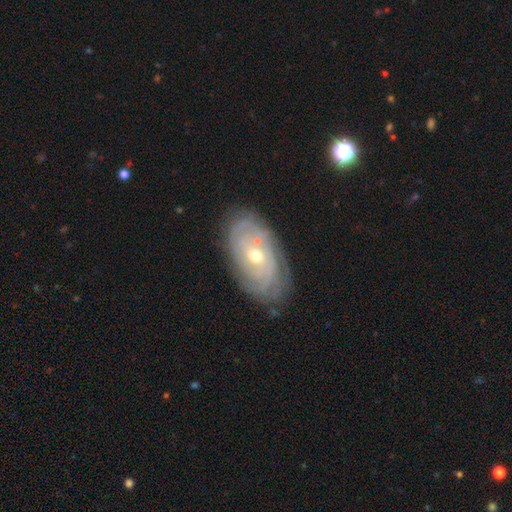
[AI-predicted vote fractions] A featured or disk galaxy (75%) with no bar (73%), tight (75%) spiral arms (81%) and a moderate central bulge (58%).

Vote fractions:
- Smooth or featured? featured or disk: 75% / smooth: 18% / star or artifact: 6%
- Edge-on disk? no: 93% / yes: 7%
- Bar? no: 73% / weak: 22% / strong: 5%
- Spiral arms? yes: 81% / no: 19%
- Spiral winding? tight: 75% / medium: 18% / loose: 6%
- Spiral arm count? can't tell: 56% / 2: 15% / 3: 11% / 4: 8% / more than 4: 6% / 1: 4%
- Bulge size? moderate: 58% / small: 38% / large: 2% / none: 1% / dominant: 1%
- Merging? none: 76% / minor disturbance: 17% / major disturbance: 5% / merger: 3%